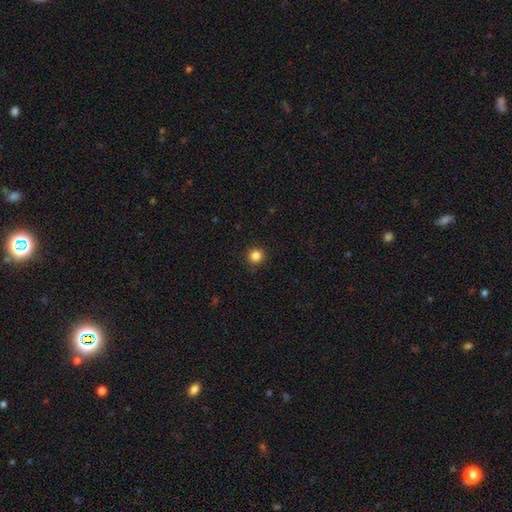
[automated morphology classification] type=smooth (85%); roundness=round (93%); merging=none (91%).